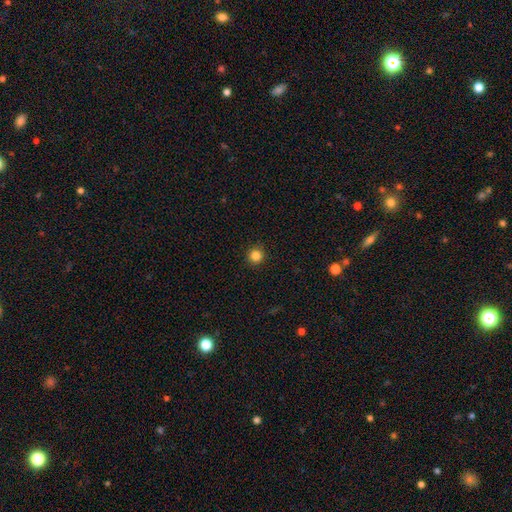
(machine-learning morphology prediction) smooth 84%, star or artifact 12%, featured or disk 4%. Down the decision tree: how rounded — round (95%); merging — none (93%).